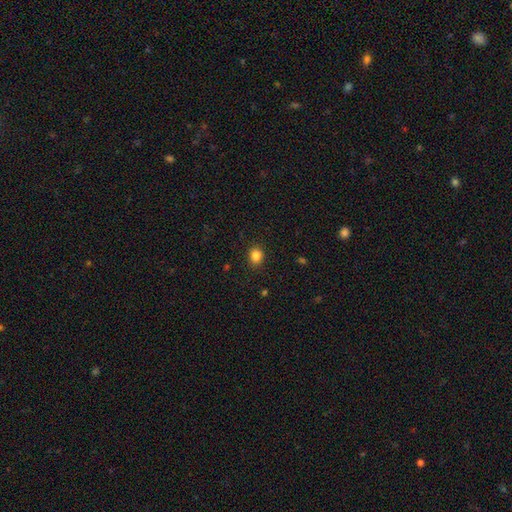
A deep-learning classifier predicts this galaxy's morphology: type=smooth (85%); roundness=round (65%); merging=none (89%).